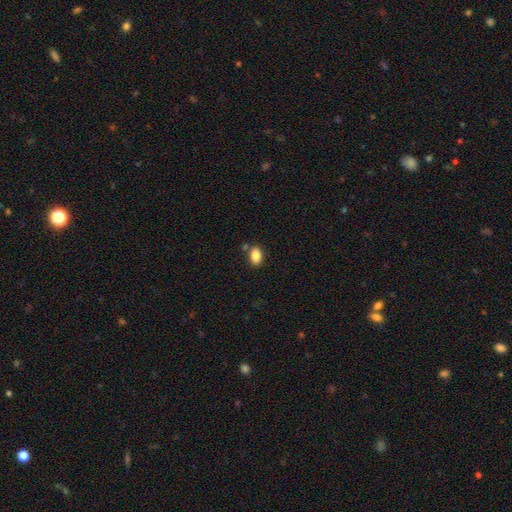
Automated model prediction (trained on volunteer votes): This appears to be a smooth galaxy with no disk features (86%) that is in between round and cigar-shaped (87%). Merging: none (78%).